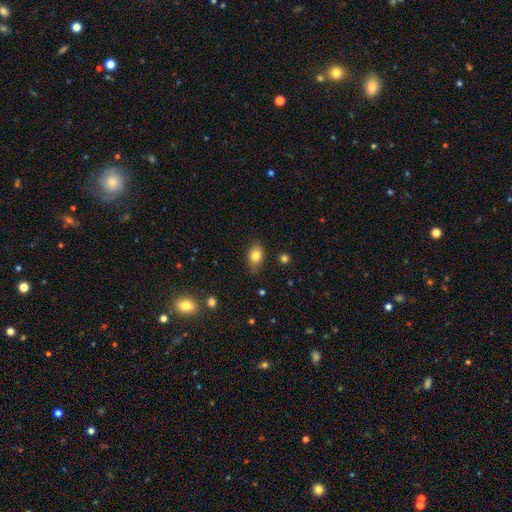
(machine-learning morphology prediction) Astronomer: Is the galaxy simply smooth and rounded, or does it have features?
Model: smooth — 81%.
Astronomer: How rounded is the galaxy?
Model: in between — 79%.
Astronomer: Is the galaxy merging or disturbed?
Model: none — 79%.